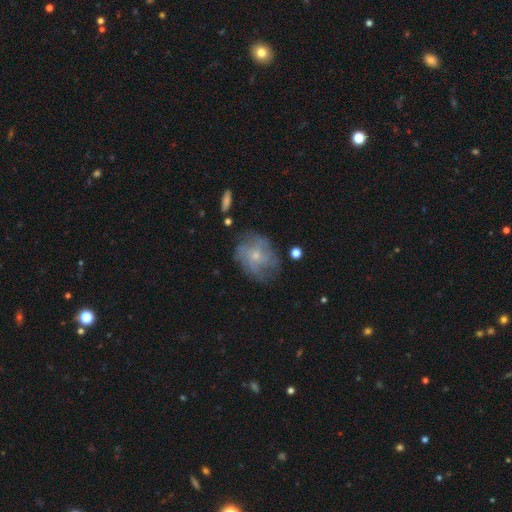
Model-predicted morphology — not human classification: Smooth or featured?
  - featured or disk: 67% *
  - smooth: 24%
  - star or artifact: 9%
Edge-on disk?
  - no: 97% *
  - yes: 3%
Bar?
  - no: 81% *
  - weak: 17%
  - strong: 2%
Spiral arms?
  - yes: 80% *
  - no: 20%
Spiral winding?
  - tight: 42% *
  - medium: 37%
  - loose: 21%
Spiral arm count?
  - can't tell: 47% *
  - 4: 17%
  - more than 4: 11%
  - 3: 10%
  - 2: 8%
  - 1: 6%
Bulge size?
  - small: 67% *
  - moderate: 28%
  - none: 3%
  - large: 2%
  - dominant: 1%
Merging?
  - none: 66% *
  - minor disturbance: 20%
  - major disturbance: 11%
  - merger: 2%